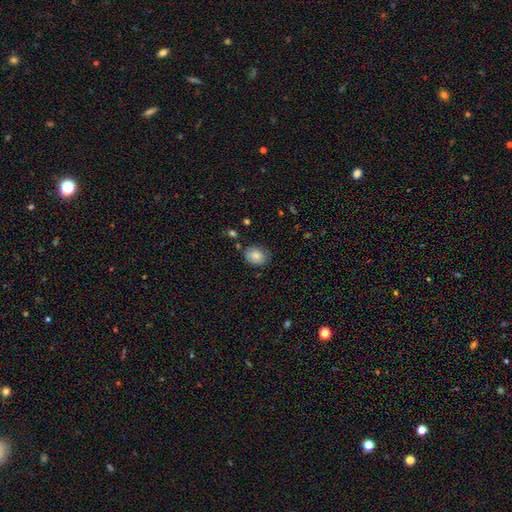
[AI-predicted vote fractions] Morphology: type=smooth (83%); roundness=in between (53%); merging=none (75%).